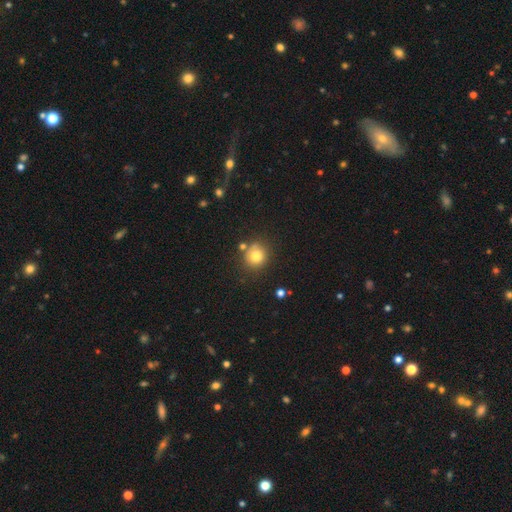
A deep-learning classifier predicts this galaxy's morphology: Overall: smooth (80%). How rounded: round (87%). Merging: none (73%).